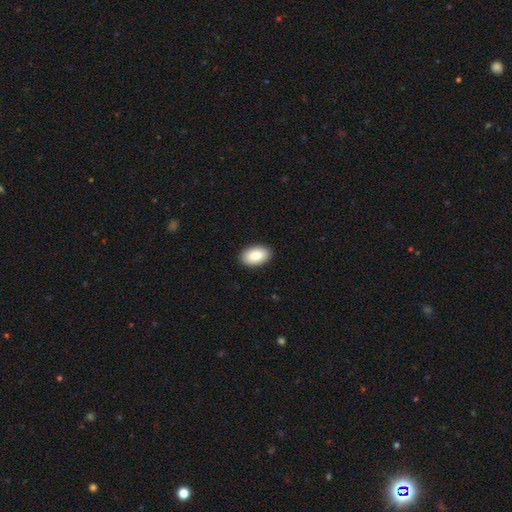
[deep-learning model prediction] Overall: smooth (88%). How rounded: in between (93%). Merging: none (90%).